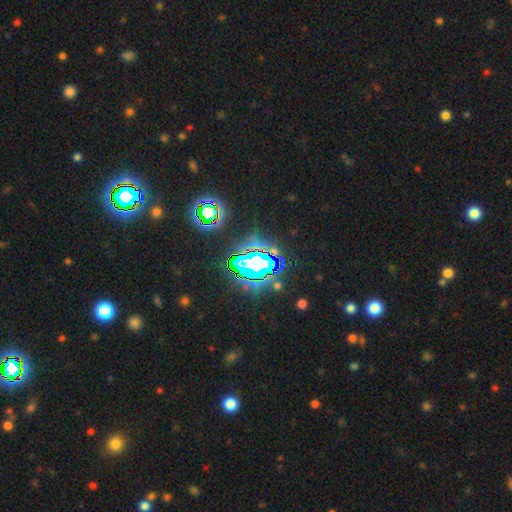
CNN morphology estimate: This is likely a star or artifact rather than a galaxy (76%).